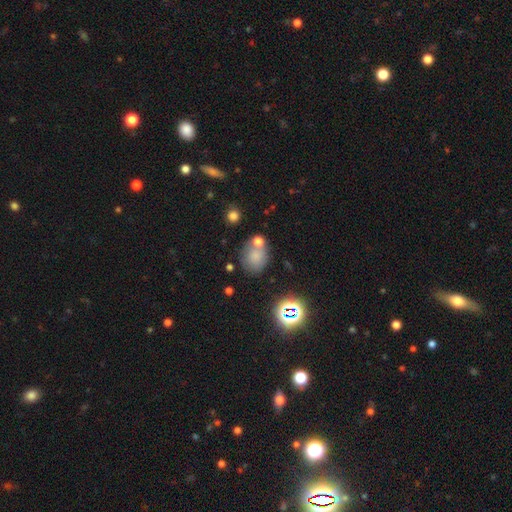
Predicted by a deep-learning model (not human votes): Overall: smooth (71%). How rounded: round (61%; in between 38%). Merging: none (54%; merger 23%).